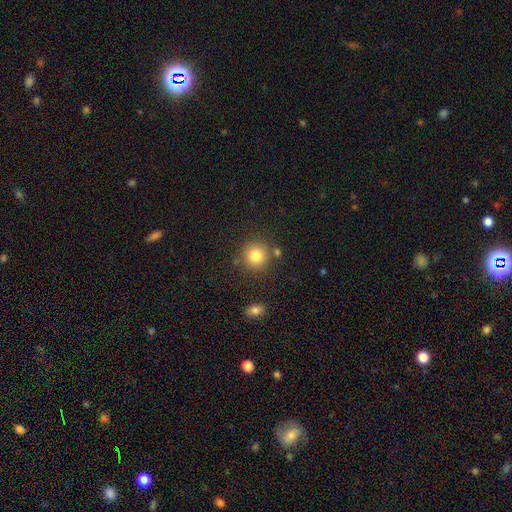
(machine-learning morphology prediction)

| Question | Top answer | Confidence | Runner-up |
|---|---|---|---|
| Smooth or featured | smooth | 82% | star or artifact (11%) |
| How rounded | round | 92% | in between (7%) |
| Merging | none | 81% | minor disturbance (9%) |